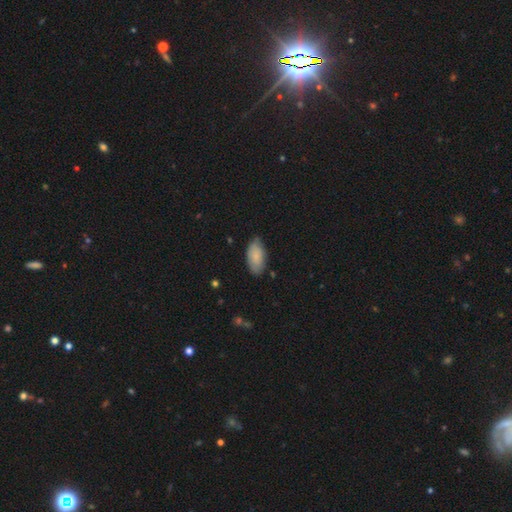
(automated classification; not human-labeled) smooth 83%, featured or disk 11%, star or artifact 6%. Down the decision tree: how rounded — in between (94%); merging — none (74%).